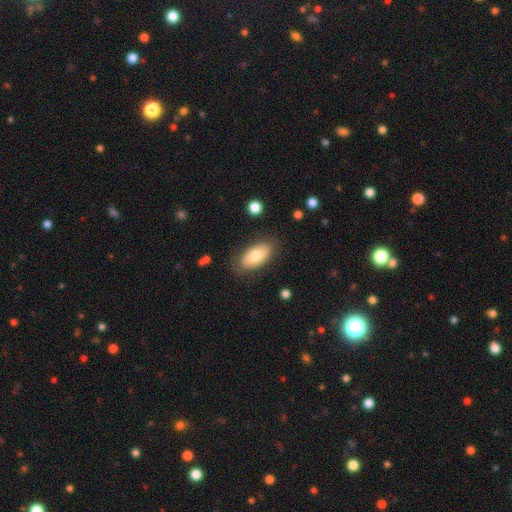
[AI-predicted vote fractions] Morphology: type=smooth (76%); roundness=in between (92%); merging=none (82%).